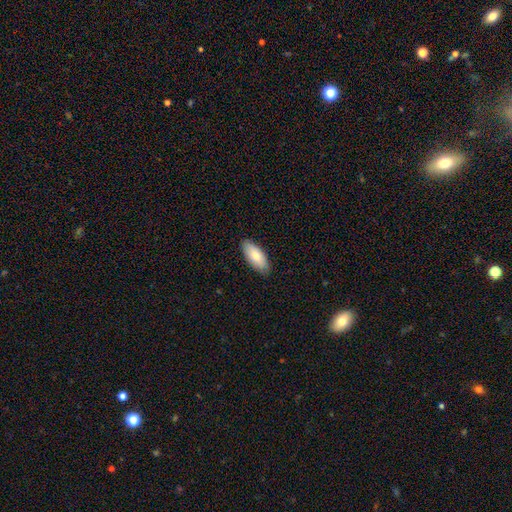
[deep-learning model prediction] Overall: smooth (79%). How rounded: in between (86%). Merging: none (87%).